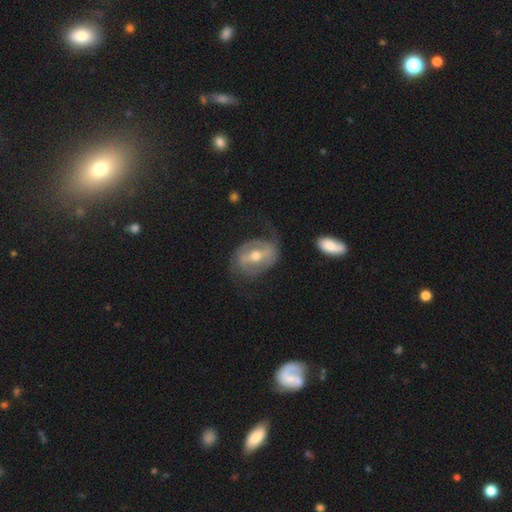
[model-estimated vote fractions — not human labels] A featured or disk galaxy (77%) with a strong bar (51%), 2 (73%) medium (41%) spiral arms (80%) and a moderate central bulge (68%). Merging: none (56%).